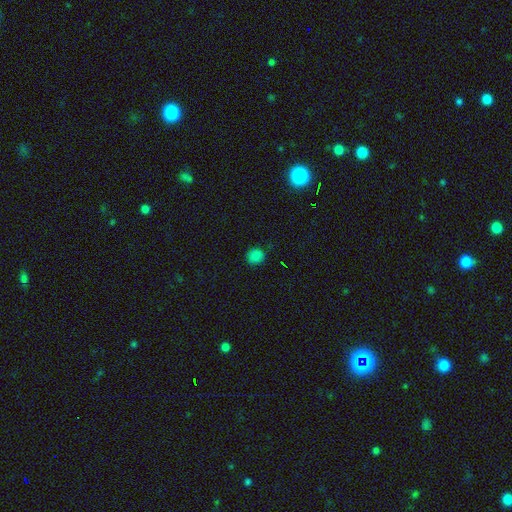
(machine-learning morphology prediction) Smooth or featured?
  - smooth: 80% *
  - star or artifact: 17%
  - featured or disk: 3%
How rounded?
  - round: 84% *
  - in between: 15%
  - cigar-shaped: 1%
Merging?
  - none: 86% *
  - minor disturbance: 11%
  - major disturbance: 2%
  - merger: 1%